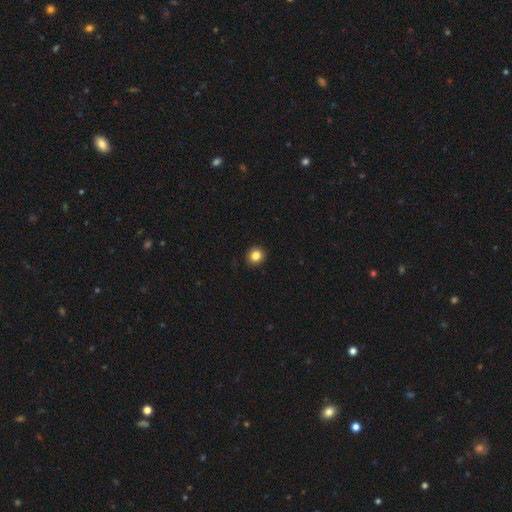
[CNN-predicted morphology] Smooth or featured: smooth — 83% (star or artifact — 11%)
How rounded: round — 89% (in between — 10%)
Merging: none — 92% (minor disturbance — 5%)